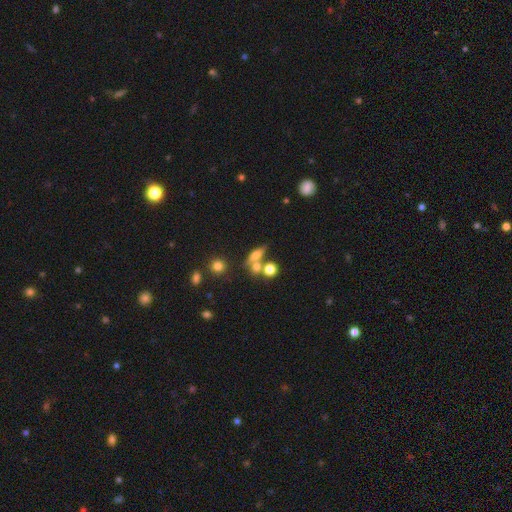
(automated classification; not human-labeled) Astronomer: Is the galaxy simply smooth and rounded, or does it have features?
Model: smooth — 56%.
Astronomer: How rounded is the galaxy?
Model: in between — 44% (runner-up: cigar-shaped, 32%).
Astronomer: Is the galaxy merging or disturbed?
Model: none — 48% (runner-up: merger, 32%).